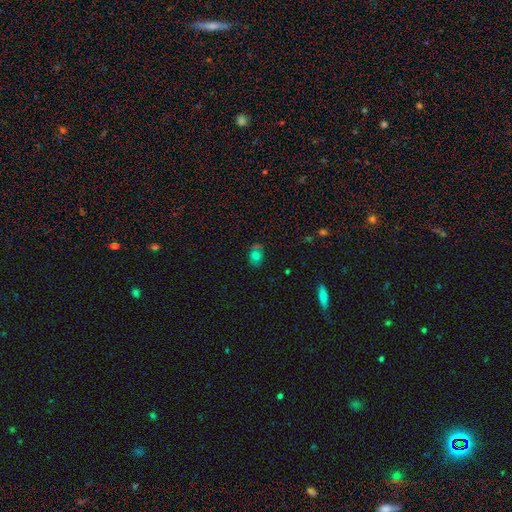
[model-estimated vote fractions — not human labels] A smooth galaxy with no disk features (71%) that is in between round and cigar-shaped (56%). Merging: none (63%).